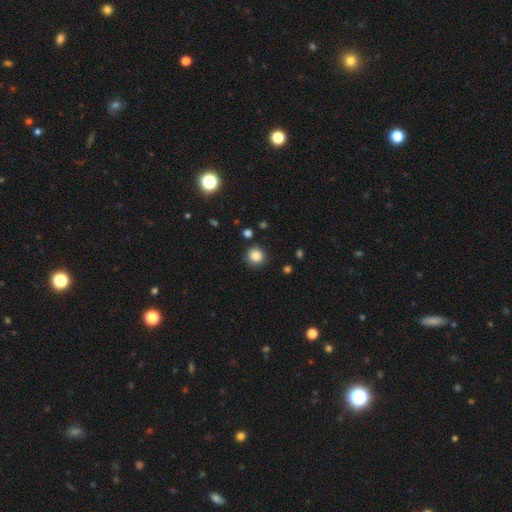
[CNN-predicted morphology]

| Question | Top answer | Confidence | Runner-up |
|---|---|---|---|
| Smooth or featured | smooth | 85% | star or artifact (11%) |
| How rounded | round | 92% | in between (7%) |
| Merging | none | 87% | minor disturbance (8%) |